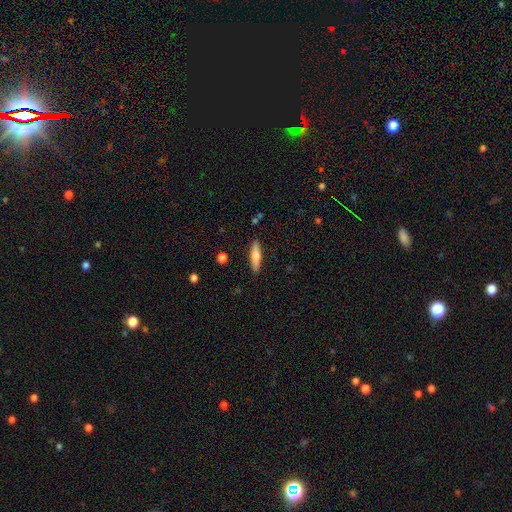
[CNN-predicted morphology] Smooth or featured?
  - smooth: 68% *
  - featured or disk: 26%
  - star or artifact: 6%
How rounded?
  - cigar-shaped: 72% *
  - in between: 26%
  - round: 2%
Merging?
  - none: 88% *
  - minor disturbance: 8%
  - major disturbance: 2%
  - merger: 1%